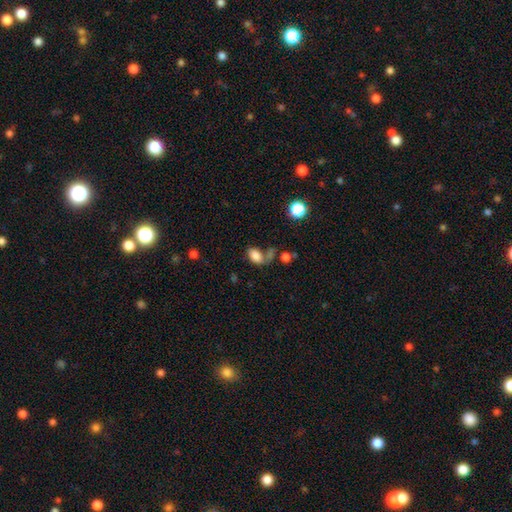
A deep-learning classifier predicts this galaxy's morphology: Q: Smooth or featured?
A: smooth (81%); runner-up: star or artifact (10%)
Q: How rounded?
A: in between (89%); runner-up: round (9%)
Q: Merging?
A: none (44%); runner-up: merger (25%)